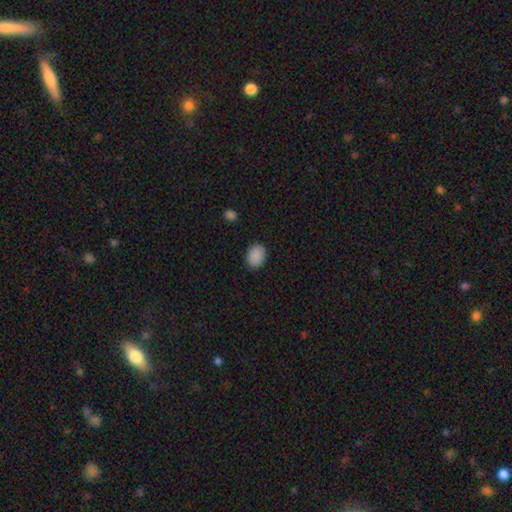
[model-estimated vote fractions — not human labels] Smooth or featured? smooth (89%)
How rounded? in between (68%)
Merging? none (88%)